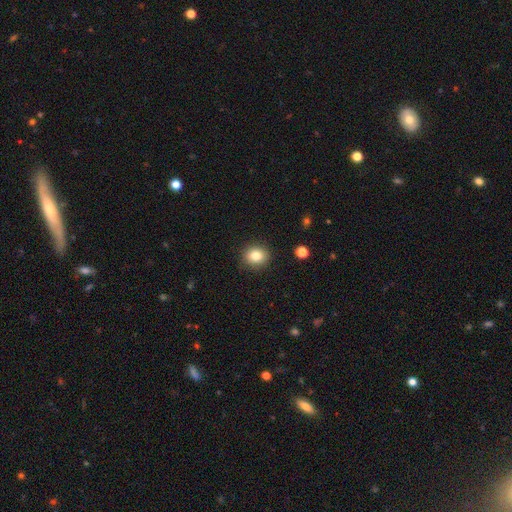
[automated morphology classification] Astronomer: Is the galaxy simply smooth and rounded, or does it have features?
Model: smooth — 83%.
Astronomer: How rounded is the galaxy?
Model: round — 75%.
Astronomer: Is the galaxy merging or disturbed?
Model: none — 89%.